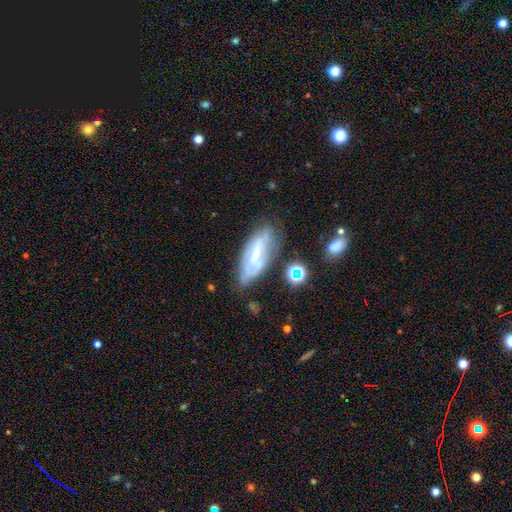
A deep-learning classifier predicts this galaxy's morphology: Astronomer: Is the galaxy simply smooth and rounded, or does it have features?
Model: featured or disk — 59%.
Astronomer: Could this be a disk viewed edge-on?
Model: no — 81%.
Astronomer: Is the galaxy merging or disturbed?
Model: none — 54%.